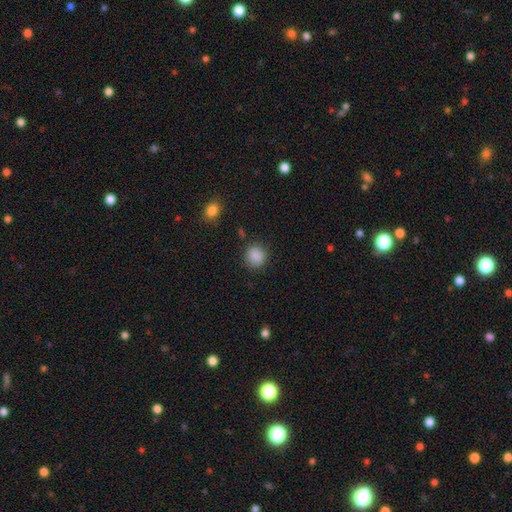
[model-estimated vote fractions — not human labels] Morphology: type=smooth (87%); roundness=round (82%); merging=none (84%).